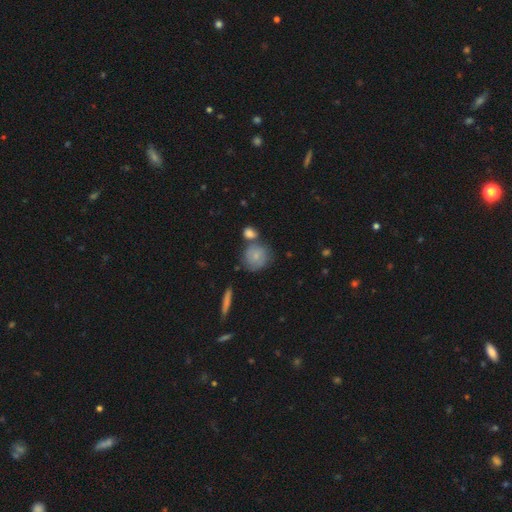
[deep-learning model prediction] Q: Smooth or featured?
A: smooth (59%); runner-up: featured or disk (33%)
Q: How rounded?
A: round (81%); runner-up: in between (17%)
Q: Merging?
A: none (56%); runner-up: merger (21%)